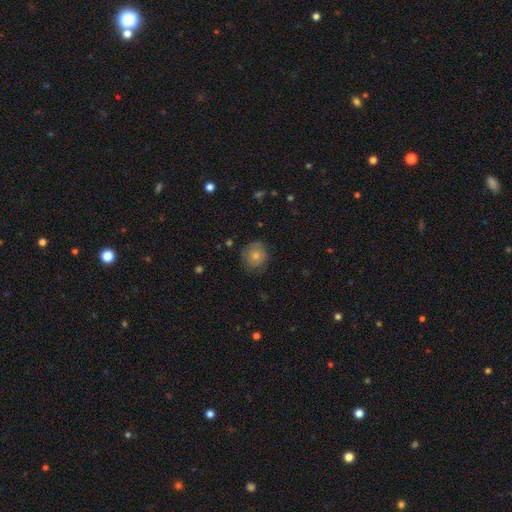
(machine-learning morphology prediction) smooth-or-featured: smooth: 74% | featured or disk: 17% | star or artifact: 9%
  how-rounded: round: 88% | in between: 11% | cigar-shaped: 1%
  merging: none: 76% | minor disturbance: 19% | major disturbance: 4% | merger: 1%